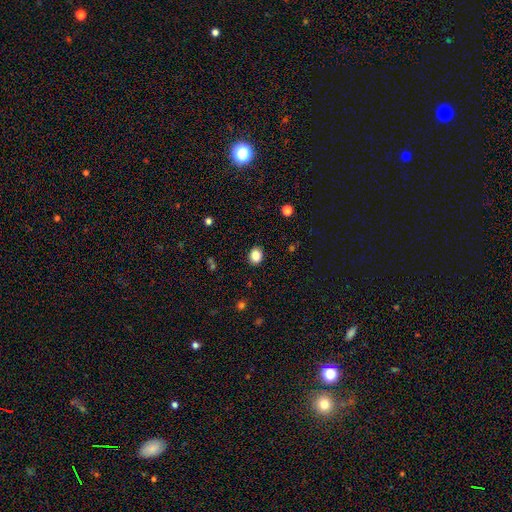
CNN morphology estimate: Q: Smooth or featured?
A: smooth (85%); runner-up: star or artifact (10%)
Q: How rounded?
A: round (51%); runner-up: in between (48%)
Q: Merging?
A: none (89%); runner-up: minor disturbance (8%)